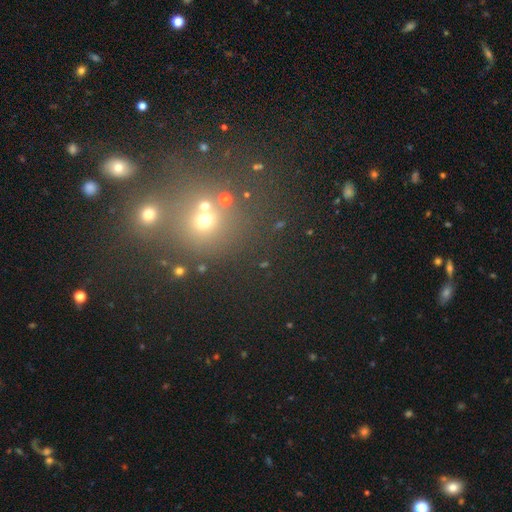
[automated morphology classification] Q: Smooth or featured?
A: star or artifact (53%); runner-up: smooth (35%)